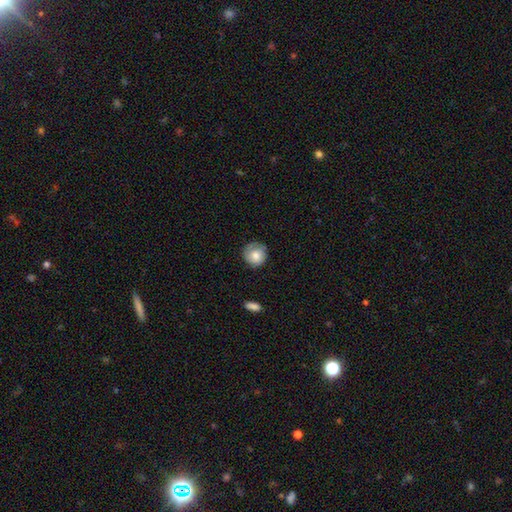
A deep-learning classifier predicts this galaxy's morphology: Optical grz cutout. It shows a smooth galaxy with no disk features (75%) that is round (90%). Merging: none (73%).